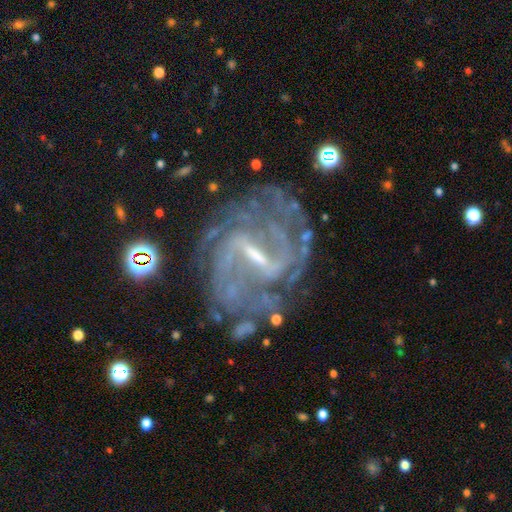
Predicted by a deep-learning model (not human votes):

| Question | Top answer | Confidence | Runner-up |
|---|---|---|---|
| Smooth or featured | featured or disk | 90% | star or artifact (6%) |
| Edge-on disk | no | 97% | yes (3%) |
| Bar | strong | 59% | weak (34%) |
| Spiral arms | yes | 96% | no (4%) |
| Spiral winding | tight | 51% | medium (38%) |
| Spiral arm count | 2 | 31% | can't tell (27%) |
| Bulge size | small | 53% | moderate (28%) |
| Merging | none | 68% | minor disturbance (17%) |